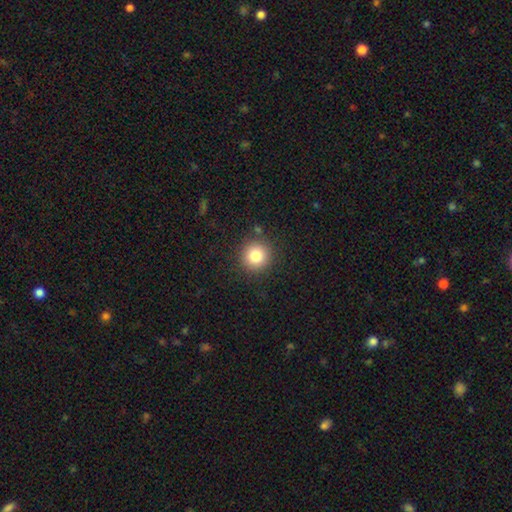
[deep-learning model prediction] smooth-or-featured: smooth: 82% | star or artifact: 11% | featured or disk: 7%
  how-rounded: round: 94% | in between: 5% | cigar-shaped: 1%
  merging: none: 88% | minor disturbance: 7% | major disturbance: 3% | merger: 2%